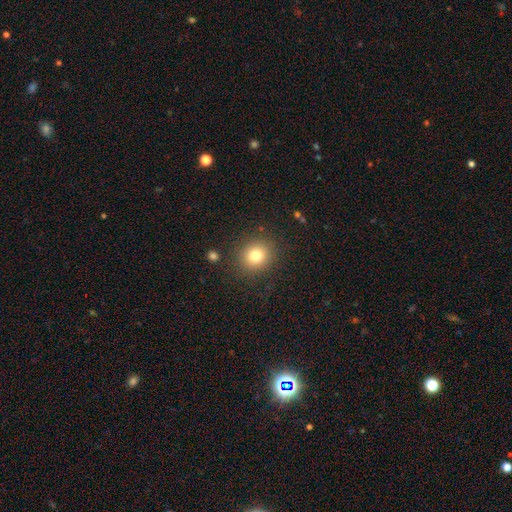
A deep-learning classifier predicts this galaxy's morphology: A smooth galaxy with no disk features (79%) that is round (85%).

Vote fractions:
- Smooth or featured? smooth: 79% / star or artifact: 13% / featured or disk: 8%
- How rounded? round: 85% / in between: 14% / cigar-shaped: 1%
- Merging? none: 87% / minor disturbance: 8% / major disturbance: 3% / merger: 2%